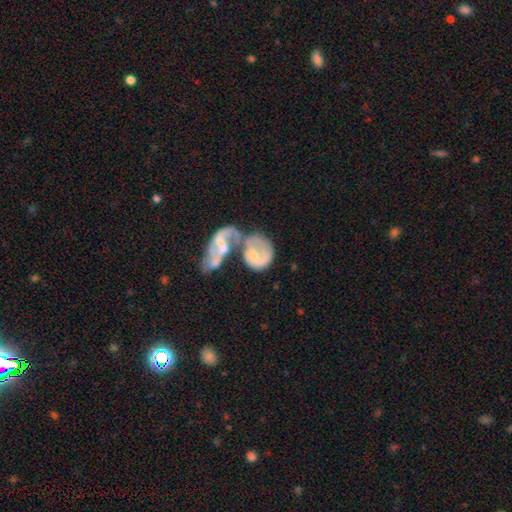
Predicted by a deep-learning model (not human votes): smooth_or_featured: featured or disk (p=0.58) [alt: smooth p=0.34]
disk_edge_on: no (p=0.96) [alt: yes p=0.04]
bar: no (p=0.63) [alt: weak p=0.27]
has_spiral_arms: yes (p=0.52) [alt: no p=0.48]
bulge_size: small (p=0.40) [alt: moderate p=0.32]
merging: merger (p=0.65) [alt: major disturbance p=0.17]